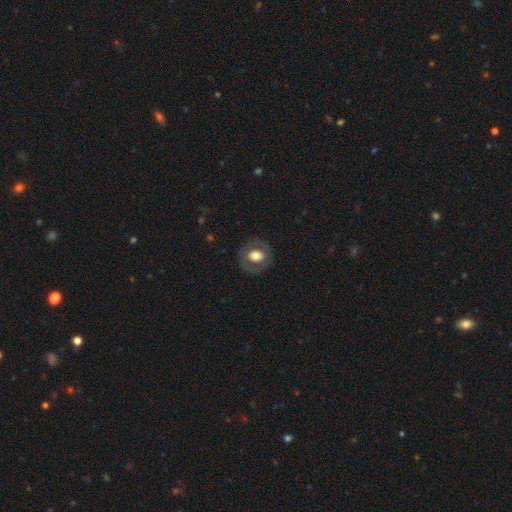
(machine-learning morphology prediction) Smooth or featured? Predicted: smooth (p=0.51). How rounded? Predicted: round (p=0.65). Merging? Predicted: none (p=0.79).